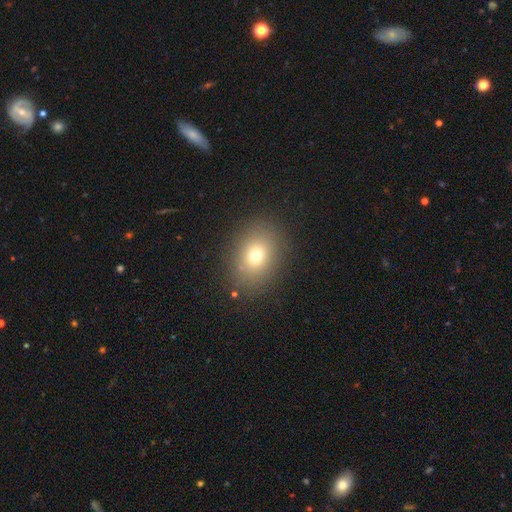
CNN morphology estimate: Smooth or featured?
  - smooth: 73% *
  - star or artifact: 15%
  - featured or disk: 12%
How rounded?
  - in between: 56% *
  - round: 43%
  - cigar-shaped: 1%
Merging?
  - none: 86% *
  - minor disturbance: 8%
  - major disturbance: 4%
  - merger: 1%